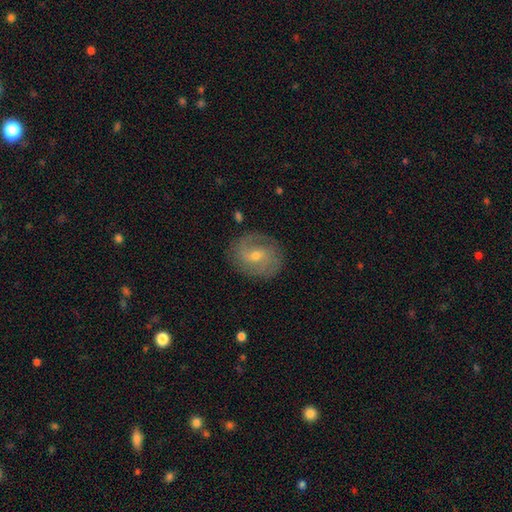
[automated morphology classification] This appears to be a featured or disk galaxy (72%) with a weak bar (46%), 2 (64%) tight (42%) spiral arms (88%) and a small central bulge (54%). Merging: none (81%).